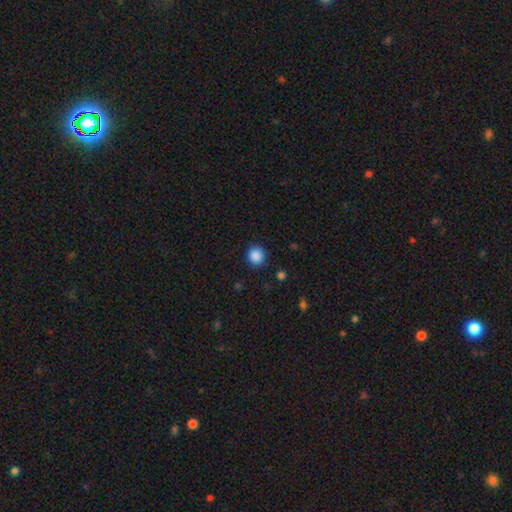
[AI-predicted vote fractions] This is clearly a smooth galaxy (88%). How rounded: clearly round (87%). Merging: clearly none (88%).